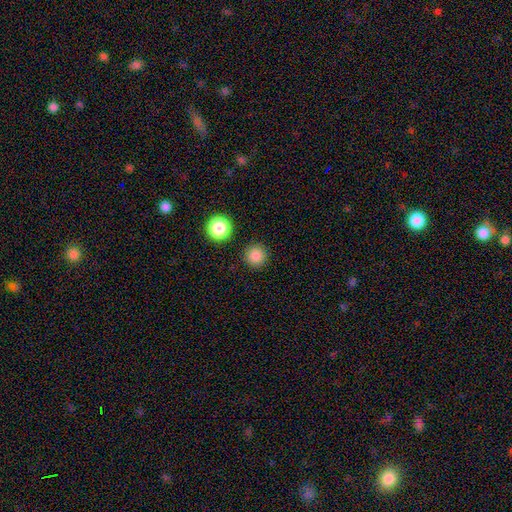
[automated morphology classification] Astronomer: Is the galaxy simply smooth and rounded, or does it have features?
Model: smooth — 84%.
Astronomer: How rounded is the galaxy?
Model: round — 96%.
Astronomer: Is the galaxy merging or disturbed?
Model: none — 89%.